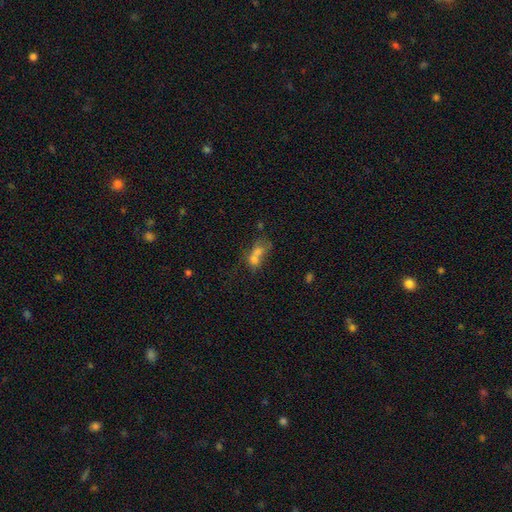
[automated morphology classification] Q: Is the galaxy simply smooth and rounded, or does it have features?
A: smooth — 61%.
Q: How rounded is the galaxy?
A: in between — 61%.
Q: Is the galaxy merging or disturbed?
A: merger — 66%.